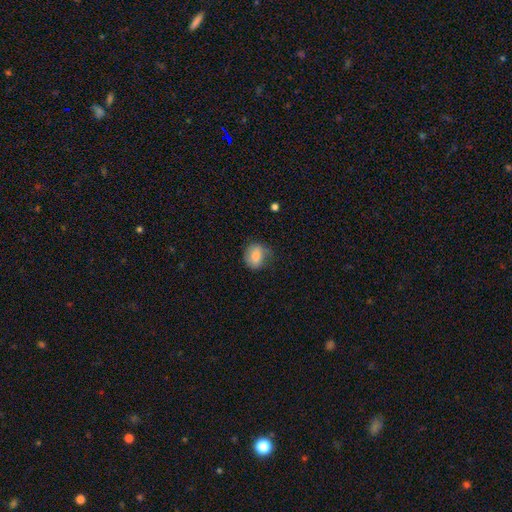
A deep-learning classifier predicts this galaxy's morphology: Q: Smooth or featured?
A: smooth (77%); runner-up: featured or disk (15%)
Q: How rounded?
A: round (56%); runner-up: in between (43%)
Q: Merging?
A: none (66%); runner-up: minor disturbance (25%)